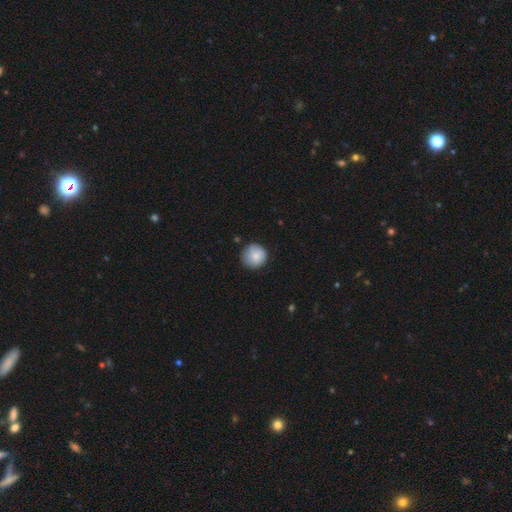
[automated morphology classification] A smooth galaxy with no disk features (82%) that is round (94%).

Vote fractions:
- Smooth or featured? smooth: 82% / featured or disk: 11% / star or artifact: 7%
- How rounded? round: 94% / in between: 5% / cigar-shaped: 1%
- Merging? none: 79% / minor disturbance: 17% / major disturbance: 3% / merger: 1%